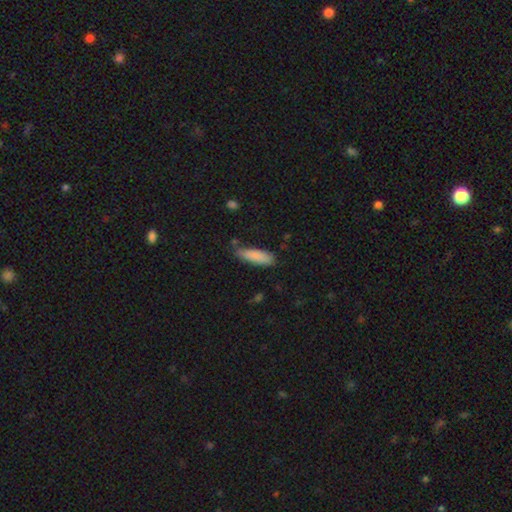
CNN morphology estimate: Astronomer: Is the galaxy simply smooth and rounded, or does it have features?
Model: smooth — 86%.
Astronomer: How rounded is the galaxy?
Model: cigar-shaped — 50% (runner-up: in between, 49%).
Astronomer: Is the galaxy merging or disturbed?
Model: none — 68%.